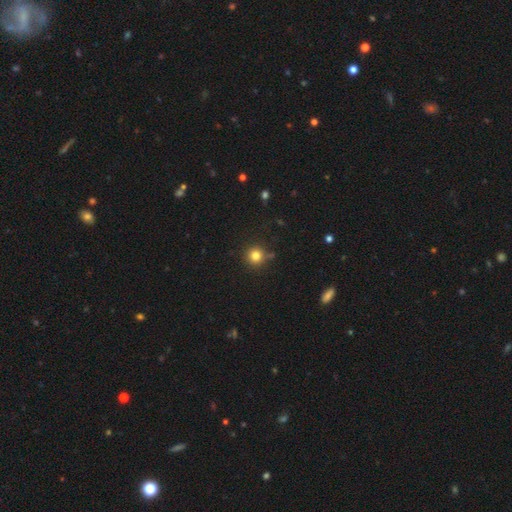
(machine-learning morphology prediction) smooth_or_featured: smooth (p=0.81) [alt: star or artifact p=0.13]
how_rounded: round (p=0.94) [alt: in between p=0.05]
merging: none (p=0.83) [alt: minor disturbance p=0.10]